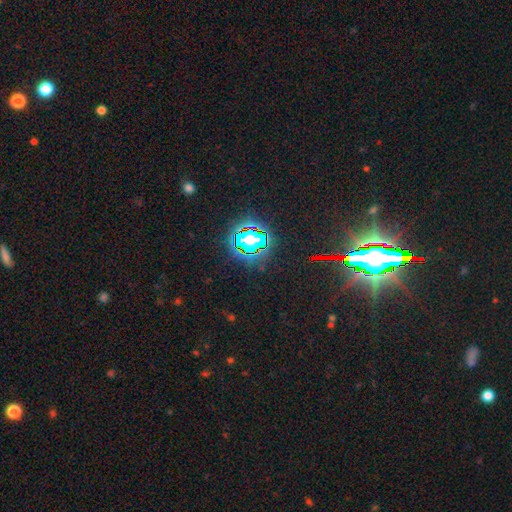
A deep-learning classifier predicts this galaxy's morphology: A star or artifact, not a galaxy (84%).